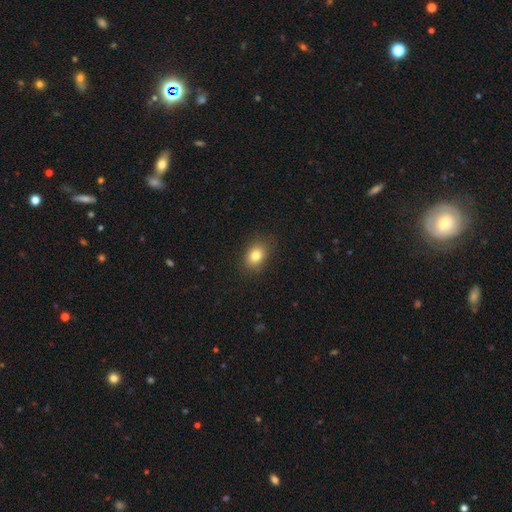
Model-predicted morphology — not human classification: Smooth or featured: smooth — 81% (star or artifact — 10%)
How rounded: in between — 63% (round — 36%)
Merging: none — 86% (minor disturbance — 10%)